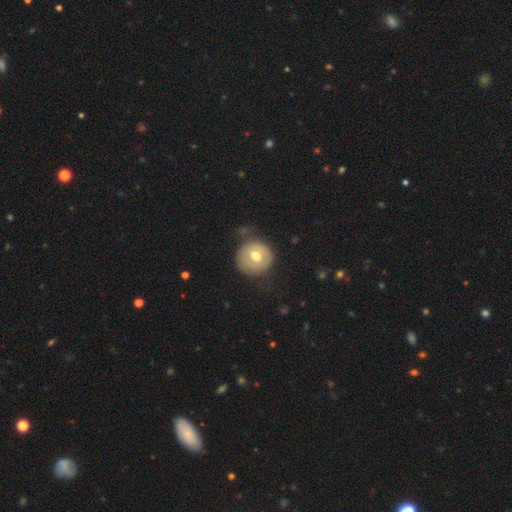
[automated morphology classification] This appears to be a smooth galaxy with no disk features (61%) that is round (92%). Merging: none (68%).